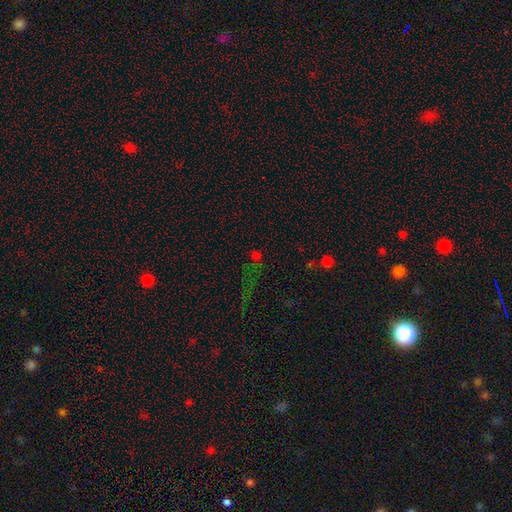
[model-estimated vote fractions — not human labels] smooth-or-featured: star or artifact: 59% | smooth: 33% | featured or disk: 8%